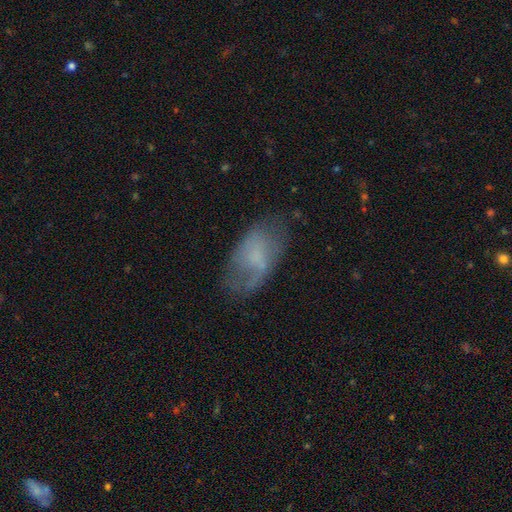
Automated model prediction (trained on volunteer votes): The model was most divided on "smooth or featured": smooth: 50%, featured or disk: 40%, star or artifact: 10%. More confident: how rounded — in between (92%); merging — none (57%).